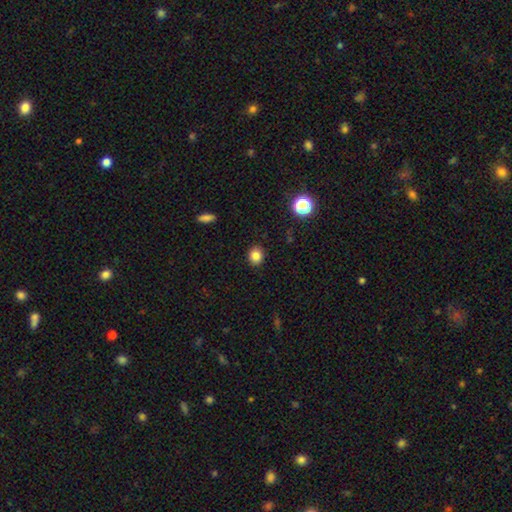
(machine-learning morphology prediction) A smooth galaxy with no disk features (84%) that is round (70%). Merging: none (90%).